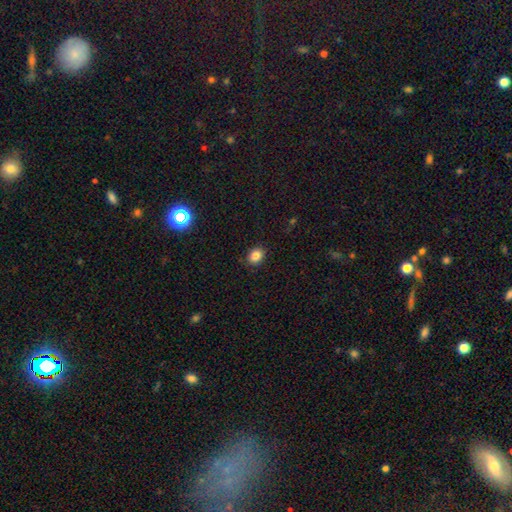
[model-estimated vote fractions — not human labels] A smooth galaxy with no disk features (86%) that is in between round and cigar-shaped (56%).

Vote fractions:
- Smooth or featured? smooth: 86% / star or artifact: 10% / featured or disk: 4%
- How rounded? in between: 56% / round: 43% / cigar-shaped: 1%
- Merging? none: 88% / minor disturbance: 9% / major disturbance: 2% / merger: 1%